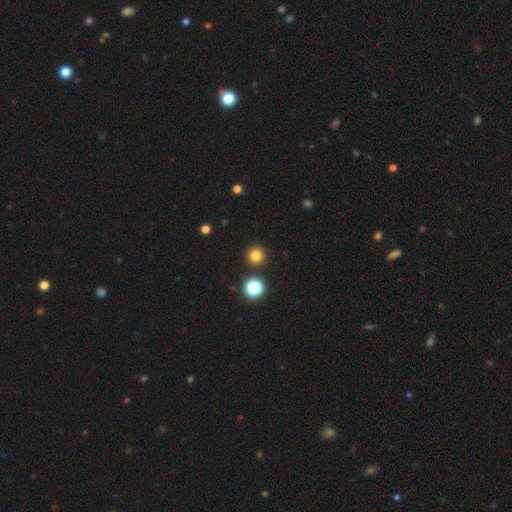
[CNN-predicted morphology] Q: Smooth or featured?
A: smooth (79%); runner-up: star or artifact (16%)
Q: How rounded?
A: round (96%); runner-up: in between (3%)
Q: Merging?
A: none (91%); runner-up: minor disturbance (4%)